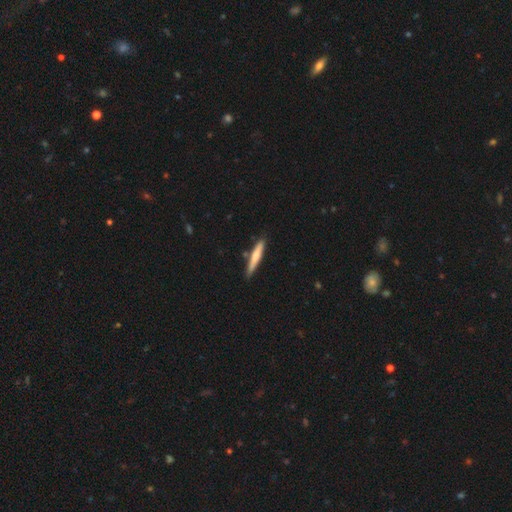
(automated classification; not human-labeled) smooth_or_featured: smooth (p=0.64) [alt: featured or disk p=0.31]
how_rounded: cigar-shaped (p=0.92) [alt: in between p=0.06]
merging: none (p=0.81) [alt: minor disturbance p=0.13]